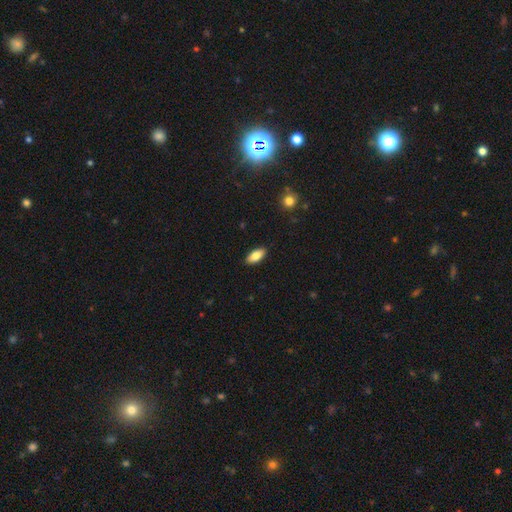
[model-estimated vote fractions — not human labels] Smooth or featured: smooth — 83% (featured or disk — 10%)
How rounded: in between — 87% (cigar-shaped — 11%)
Merging: none — 89% (minor disturbance — 8%)